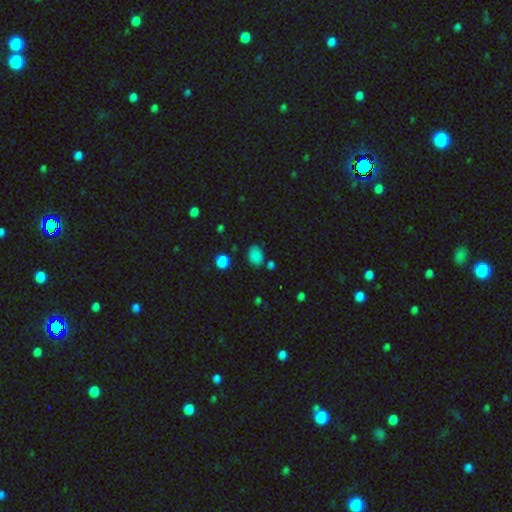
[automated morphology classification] type=smooth (80%); roundness=in between (60%); merging=none (75%).